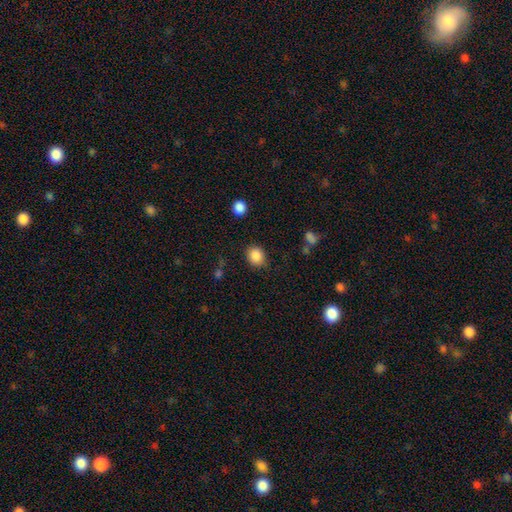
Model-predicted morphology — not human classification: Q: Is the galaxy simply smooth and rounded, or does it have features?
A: smooth — 87%.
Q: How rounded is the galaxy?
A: round — 66%.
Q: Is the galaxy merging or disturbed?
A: none — 83%.